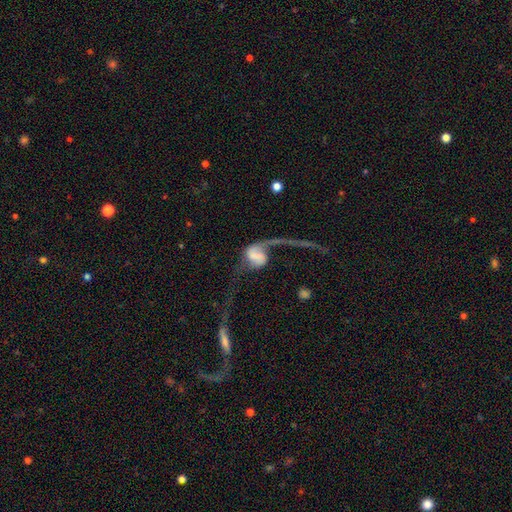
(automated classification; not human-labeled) Smooth or featured? featured or disk (60%)
Edge-on disk? no (96%)
Bar? no (55%)
Spiral arms? yes (79%)
Bulge size? none (47%)
Merging? major disturbance (52%)